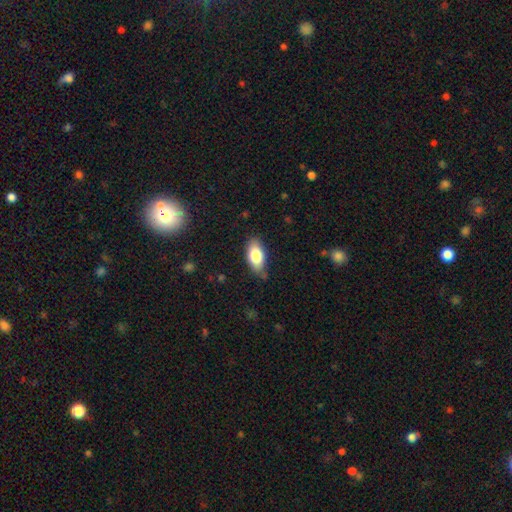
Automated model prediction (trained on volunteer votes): Morphology: type=smooth (81%); roundness=in between (91%); merging=none (77%).